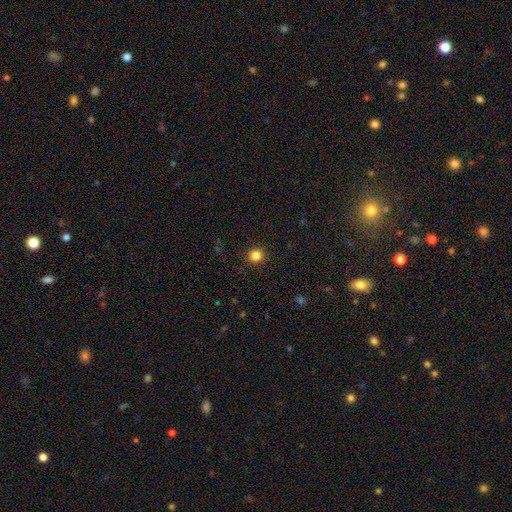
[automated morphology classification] smooth 84%, star or artifact 12%, featured or disk 4%. Down the decision tree: how rounded — round (88%); merging — none (92%).